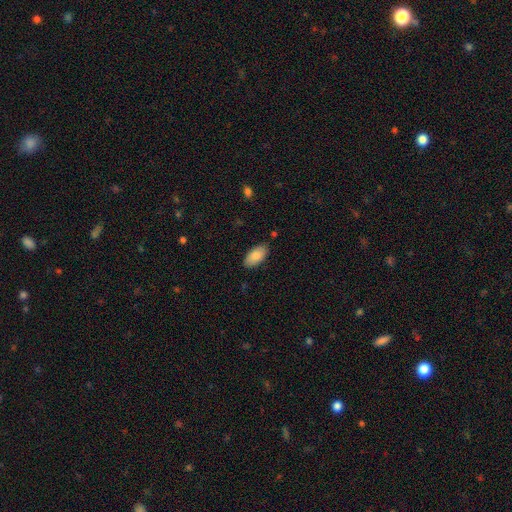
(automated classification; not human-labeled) A smooth galaxy with no disk features (85%) that is in between round and cigar-shaped (94%).

Vote fractions:
- Smooth or featured? smooth: 85% / featured or disk: 8% / star or artifact: 6%
- How rounded? in between: 94% / cigar-shaped: 4% / round: 2%
- Merging? none: 85% / minor disturbance: 11% / major disturbance: 2% / merger: 2%